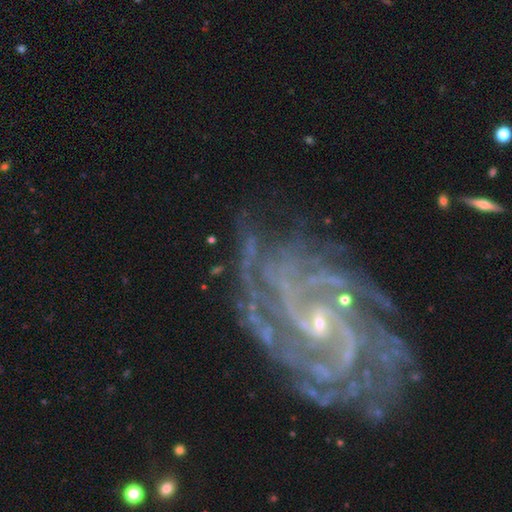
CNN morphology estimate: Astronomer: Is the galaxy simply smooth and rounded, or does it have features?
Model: featured or disk — 91%.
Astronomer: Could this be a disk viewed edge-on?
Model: no — 97%.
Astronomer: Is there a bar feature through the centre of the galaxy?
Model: weak — 42% (runner-up: no, 40%).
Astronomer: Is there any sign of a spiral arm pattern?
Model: yes — 98%.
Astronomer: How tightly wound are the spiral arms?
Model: tight — 61%.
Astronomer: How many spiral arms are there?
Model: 2 — 22% (runner-up: 4, 20%).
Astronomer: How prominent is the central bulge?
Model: small — 83%.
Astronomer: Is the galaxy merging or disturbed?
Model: none — 72%.